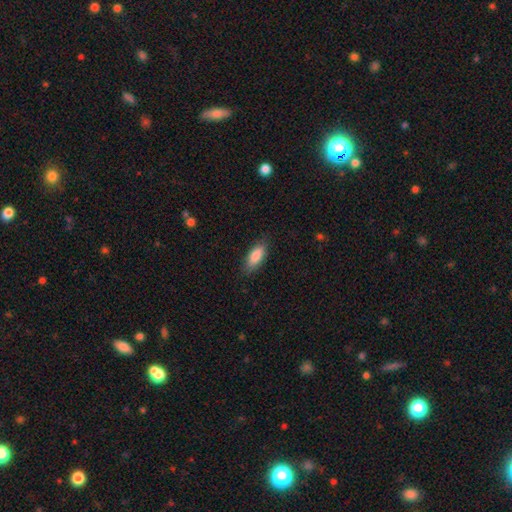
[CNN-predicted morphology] smooth 85%, featured or disk 8%, star or artifact 6%. Down the decision tree: how rounded — in between (76%); merging — none (83%).